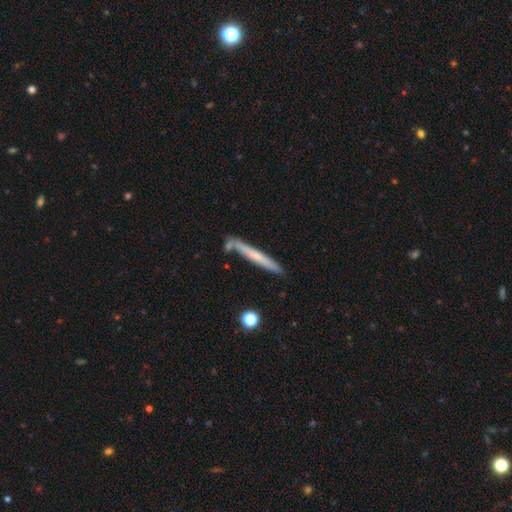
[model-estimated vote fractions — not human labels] Morphology: type=smooth (53%); roundness=cigar-shaped (96%); merging=none (78%).